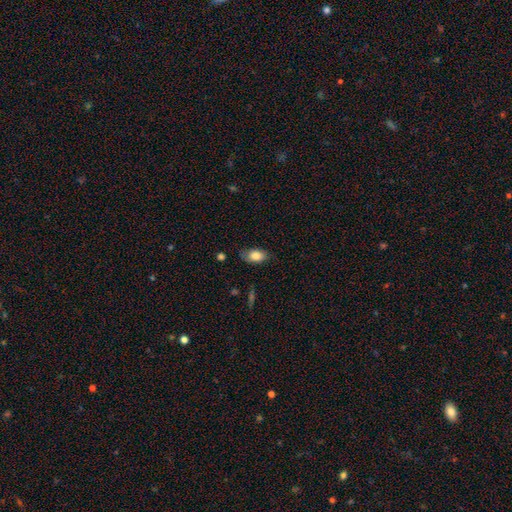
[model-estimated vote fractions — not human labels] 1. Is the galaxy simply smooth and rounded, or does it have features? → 81% smooth, 12% featured or disk, 7% star or artifact.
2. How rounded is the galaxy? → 90% in between, 7% round, 2% cigar-shaped.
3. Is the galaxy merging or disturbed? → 71% none, 22% minor disturbance, 5% major disturbance, 1% merger.